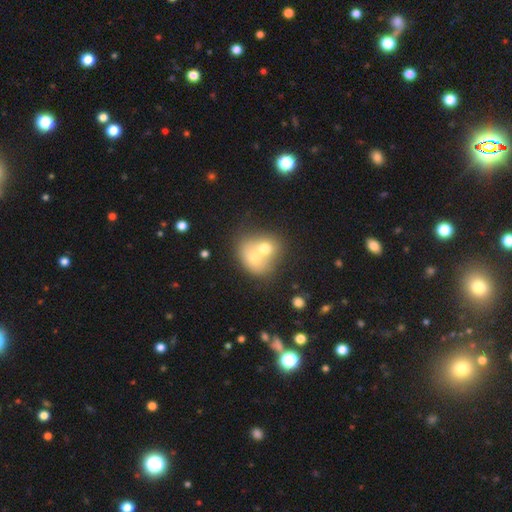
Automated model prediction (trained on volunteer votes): smooth_or_featured: smooth (p=0.64) [alt: featured or disk p=0.27]
how_rounded: round (p=0.57) [alt: in between p=0.42]
merging: merger (p=0.74) [alt: none p=0.17]